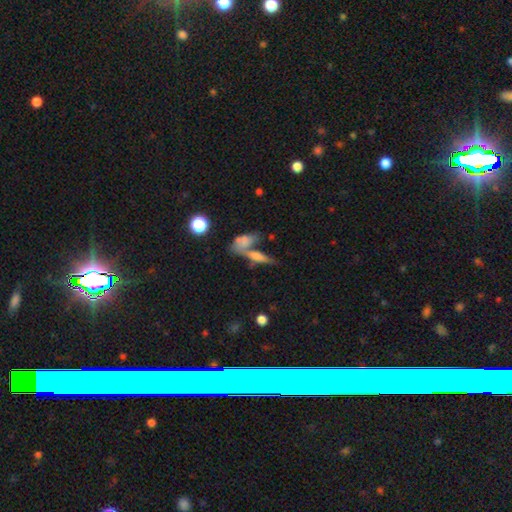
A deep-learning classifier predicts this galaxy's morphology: A smooth galaxy with no disk features (50%) that is cigar-shaped (48%). Merging: merger (46%).